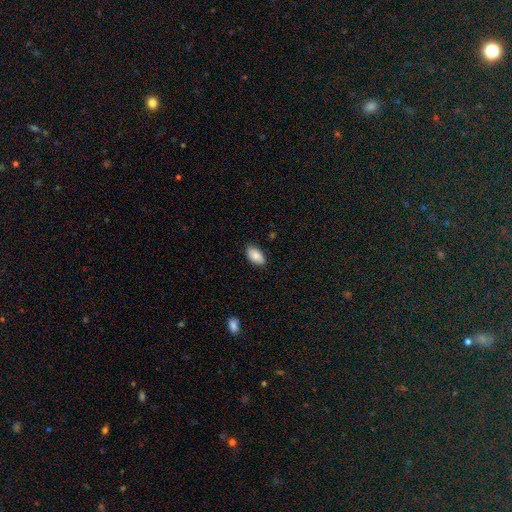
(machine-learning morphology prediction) Overall: smooth (86%). How rounded: in between (94%). Merging: none (83%).